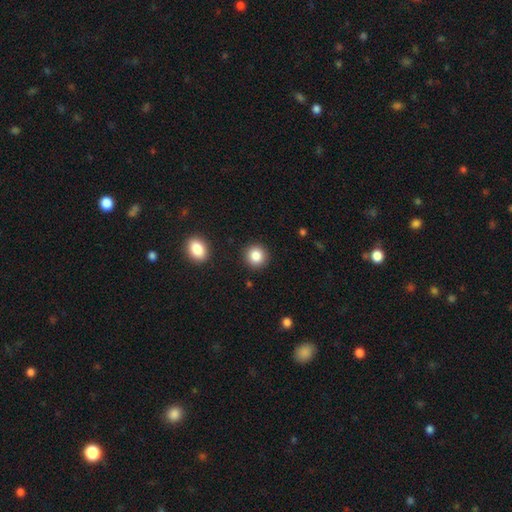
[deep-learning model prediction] A smooth galaxy with no disk features (85%) that is round (92%).

Vote fractions:
- Smooth or featured? smooth: 85% / star or artifact: 10% / featured or disk: 5%
- How rounded? round: 92% / in between: 7% / cigar-shaped: 1%
- Merging? none: 90% / minor disturbance: 6% / major disturbance: 2% / merger: 2%